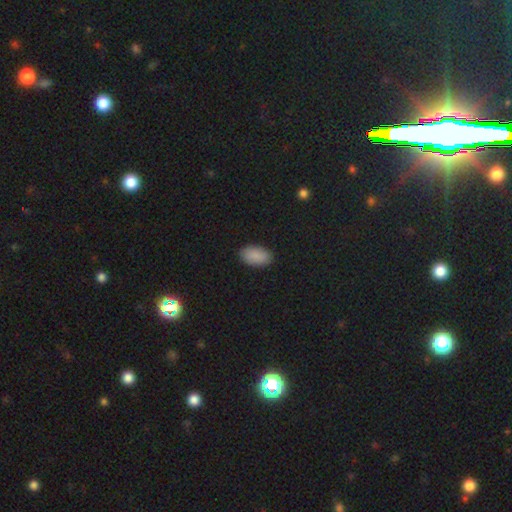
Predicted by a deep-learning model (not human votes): A smooth galaxy with no disk features (89%) that is in between round and cigar-shaped (94%).

Vote fractions:
- Smooth or featured? smooth: 89% / star or artifact: 7% / featured or disk: 4%
- How rounded? in between: 94% / round: 4% / cigar-shaped: 2%
- Merging? none: 88% / minor disturbance: 9% / major disturbance: 2% / merger: 1%